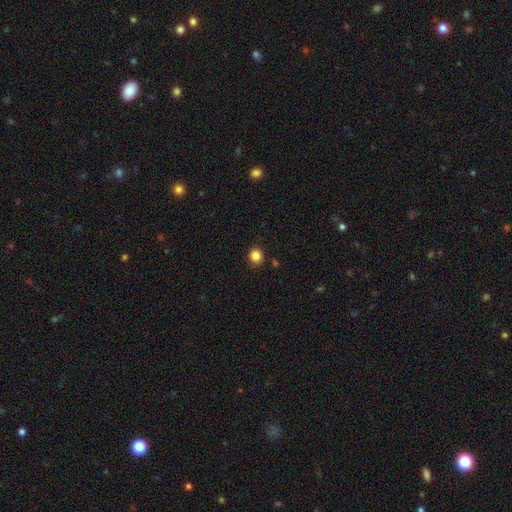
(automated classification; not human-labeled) smooth_or_featured: smooth (p=0.84) [alt: star or artifact p=0.11]
how_rounded: round (p=0.83) [alt: in between p=0.16]
merging: none (p=0.88) [alt: minor disturbance p=0.08]